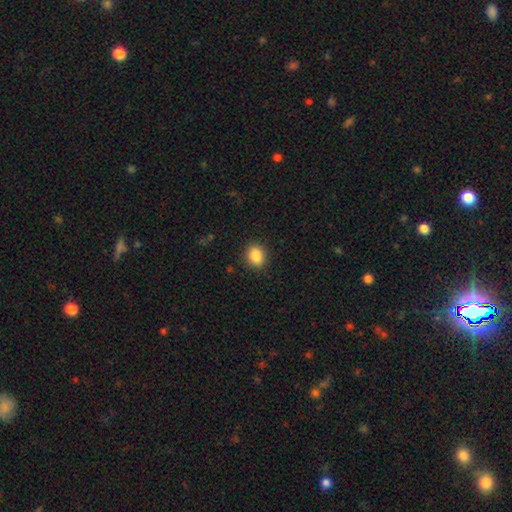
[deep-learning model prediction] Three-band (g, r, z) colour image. It shows a smooth galaxy with no disk features (87%) that is round (51%). Merging: none (88%).